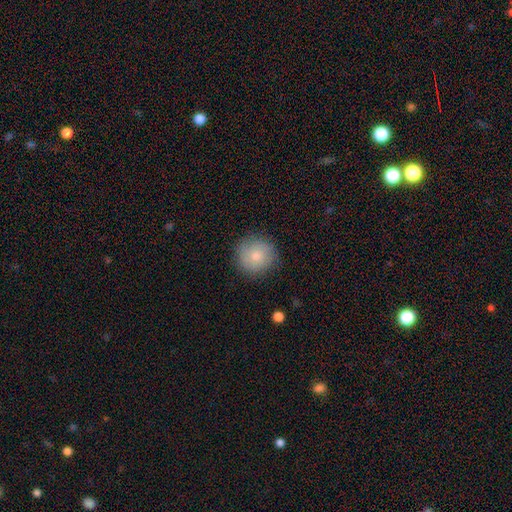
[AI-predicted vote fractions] Morphology: type=smooth (77%); roundness=round (94%); merging=none (84%).